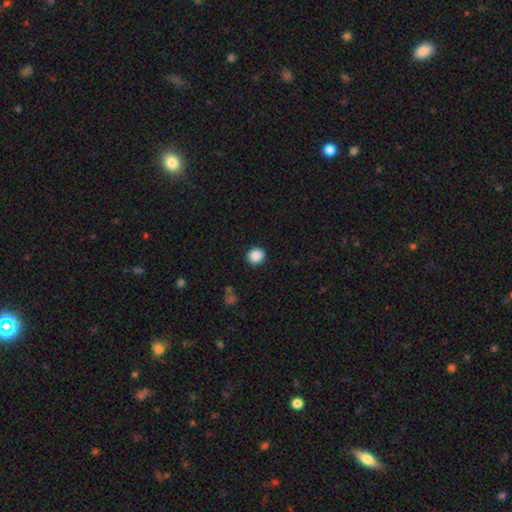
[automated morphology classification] This appears to be a smooth galaxy with no disk features (88%) that is round (84%). Merging: none (90%).